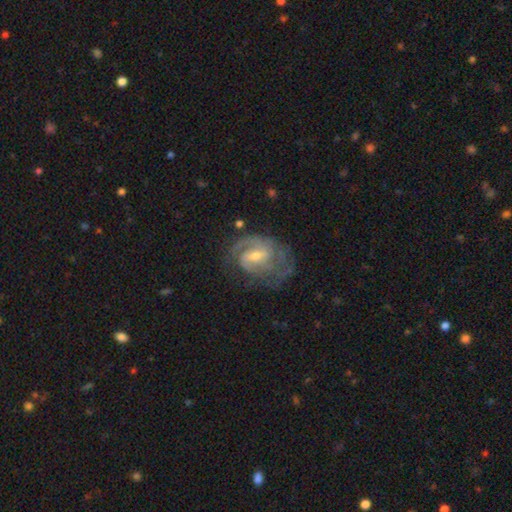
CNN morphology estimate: A featured or disk galaxy (86%) with a weak bar (55%), 2 (52%) tight (46%) spiral arms (95%) and a small central bulge (52%).

Vote fractions:
- Smooth or featured? featured or disk: 86% / smooth: 8% / star or artifact: 5%
- Edge-on disk? no: 97% / yes: 3%
- Bar? weak: 55% / no: 24% / strong: 21%
- Spiral arms? yes: 95% / no: 5%
- Spiral winding? tight: 46% / medium: 42% / loose: 12%
- Spiral arm count? 2: 52% / can't tell: 19% / 3: 14% / 1: 8% / 4: 4% / more than 4: 3%
- Bulge size? small: 52% / moderate: 44% / large: 2% / none: 2% / dominant: 1%
- Merging? none: 59% / minor disturbance: 22% / major disturbance: 17% / merger: 2%